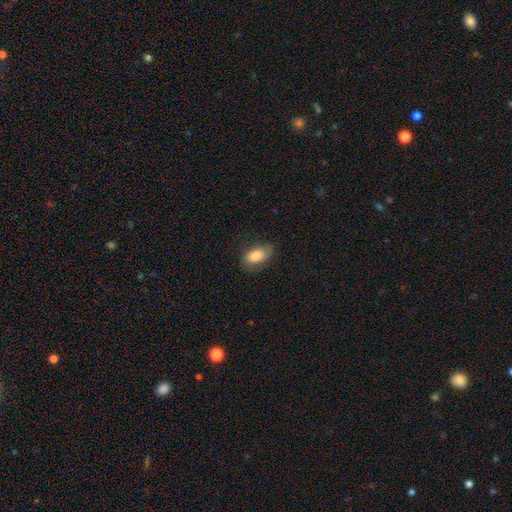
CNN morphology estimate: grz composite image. It shows a smooth galaxy with no disk features (78%) that is in between round and cigar-shaped (90%). Merging: none (70%).